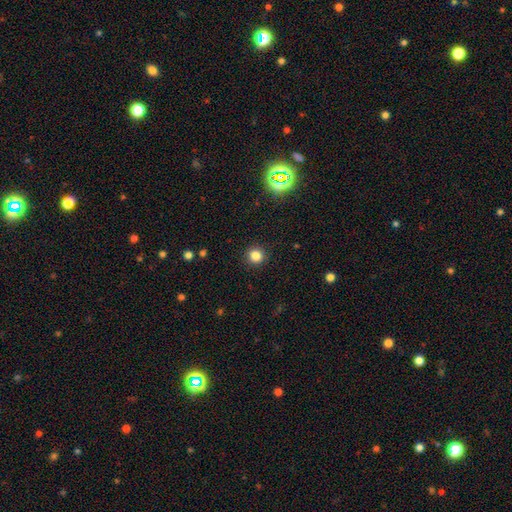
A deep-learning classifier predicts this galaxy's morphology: This appears to be a smooth galaxy with no disk features (83%) that is round (89%). Merging: none (91%).